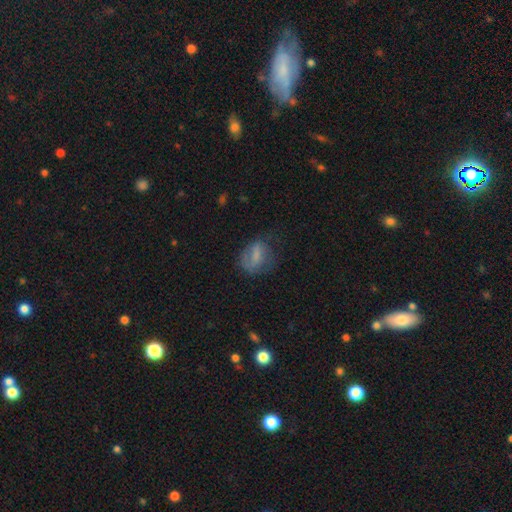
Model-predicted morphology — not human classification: Overall: smooth (60%; featured or disk 30%). How rounded: in between (68%; round 28%). Merging: none (47%; minor disturbance 29%).